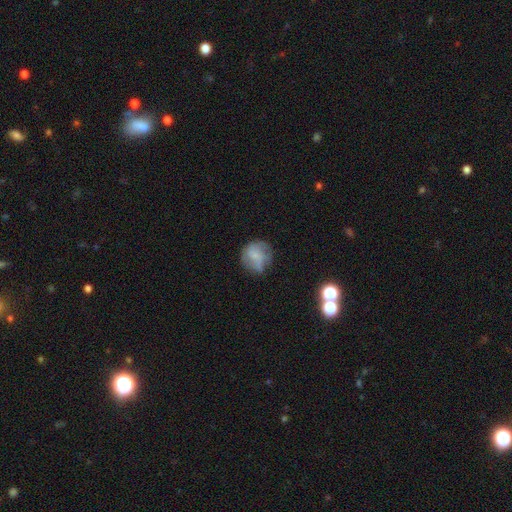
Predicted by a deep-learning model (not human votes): Smooth or featured?
  - smooth: 55% *
  - featured or disk: 35%
  - star or artifact: 9%
How rounded?
  - round: 83% *
  - in between: 16%
  - cigar-shaped: 1%
Merging?
  - none: 56% *
  - minor disturbance: 28%
  - major disturbance: 14%
  - merger: 2%